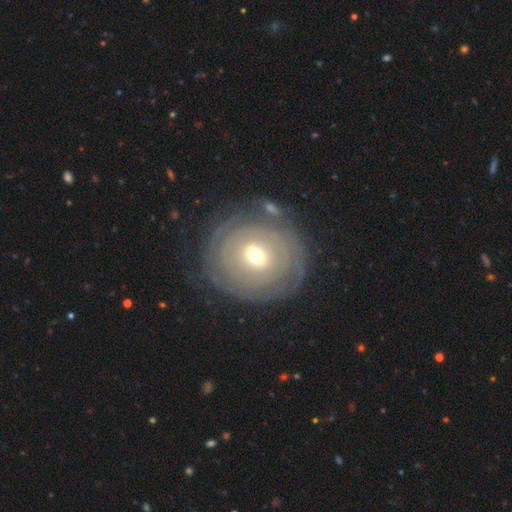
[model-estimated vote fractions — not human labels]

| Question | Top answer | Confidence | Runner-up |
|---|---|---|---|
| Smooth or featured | featured or disk | 71% | smooth (23%) |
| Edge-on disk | no | 96% | yes (4%) |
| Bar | no | 64% | weak (27%) |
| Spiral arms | yes | 72% | no (28%) |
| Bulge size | moderate | 56% | small (37%) |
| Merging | none | 77% | minor disturbance (14%) |